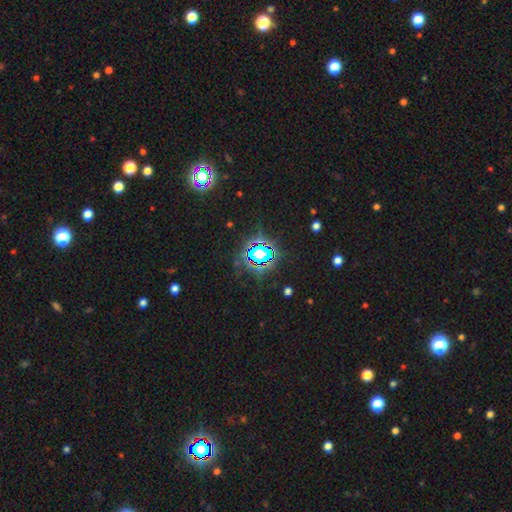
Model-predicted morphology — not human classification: The model was most divided on "smooth or featured": star or artifact: 74%, smooth: 16%, featured or disk: 10%.